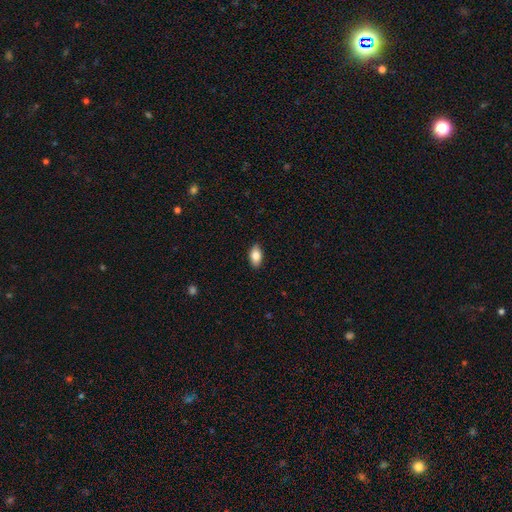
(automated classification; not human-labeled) Overall: smooth (83%). How rounded: in between (91%). Merging: none (88%).